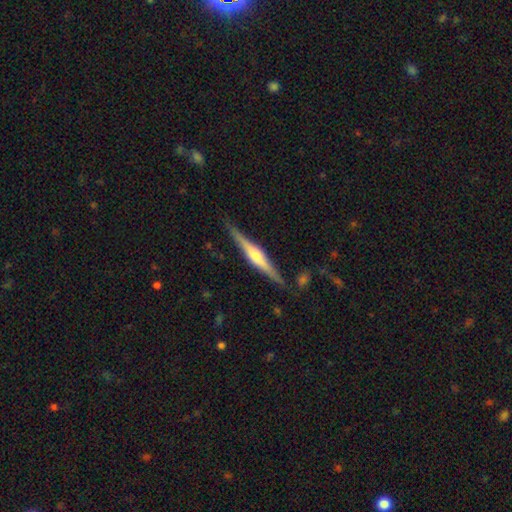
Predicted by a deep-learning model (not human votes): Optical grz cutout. It shows a featured or disk galaxy (77%) viewed edge-on (98%) with a rounded central bulge (85%). Merging: none (88%).